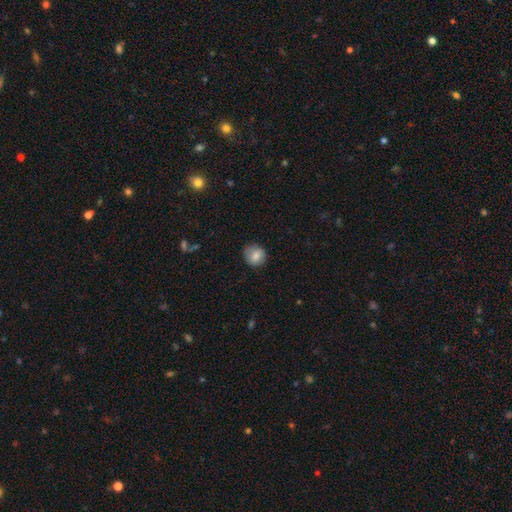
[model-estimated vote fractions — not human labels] Morphology: type=smooth (79%); roundness=round (78%); merging=none (75%).